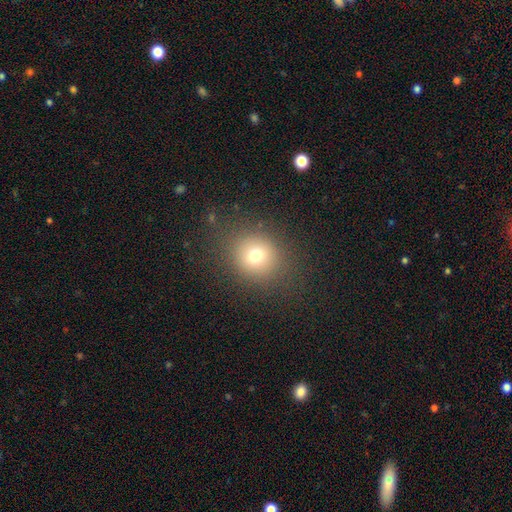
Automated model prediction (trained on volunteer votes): A smooth galaxy with no disk features (72%) that is round (82%).

Vote fractions:
- Smooth or featured? smooth: 72% / star or artifact: 16% / featured or disk: 12%
- How rounded? round: 82% / in between: 17% / cigar-shaped: 1%
- Merging? none: 83% / minor disturbance: 9% / major disturbance: 6% / merger: 1%